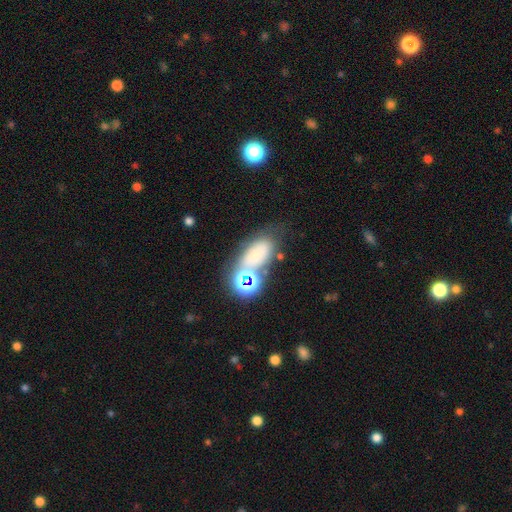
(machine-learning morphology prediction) Overall: smooth (50%; star or artifact 26%). Merging: none (46%; merger 22%).